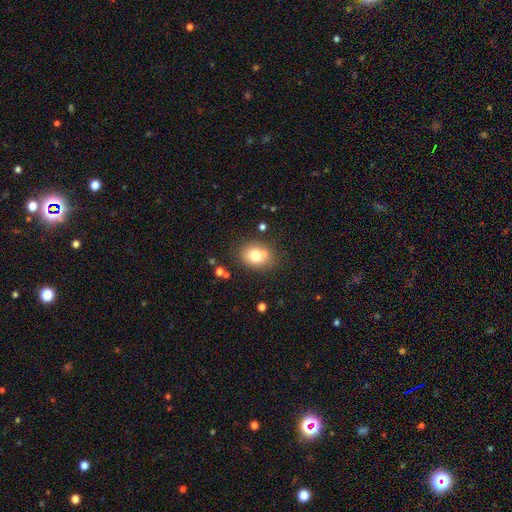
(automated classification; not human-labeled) smooth_or_featured: smooth (p=0.73) [alt: featured or disk p=0.16]
how_rounded: round (p=0.57) [alt: in between p=0.42]
merging: none (p=0.65) [alt: merger p=0.18]